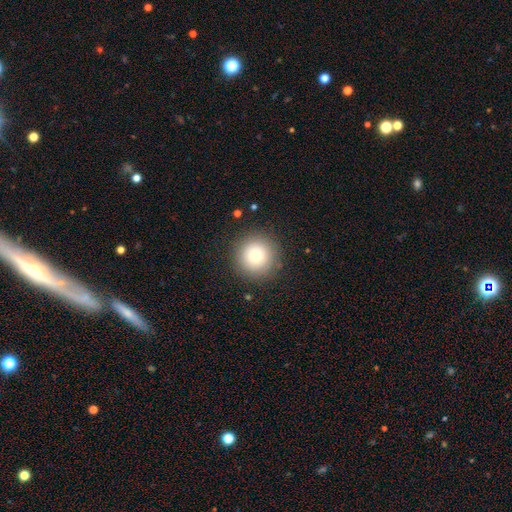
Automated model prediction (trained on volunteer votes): Smooth or featured?
  - smooth: 75% *
  - star or artifact: 13%
  - featured or disk: 13%
How rounded?
  - round: 96% *
  - in between: 3%
  - cigar-shaped: 1%
Merging?
  - none: 89% *
  - minor disturbance: 7%
  - major disturbance: 3%
  - merger: 1%